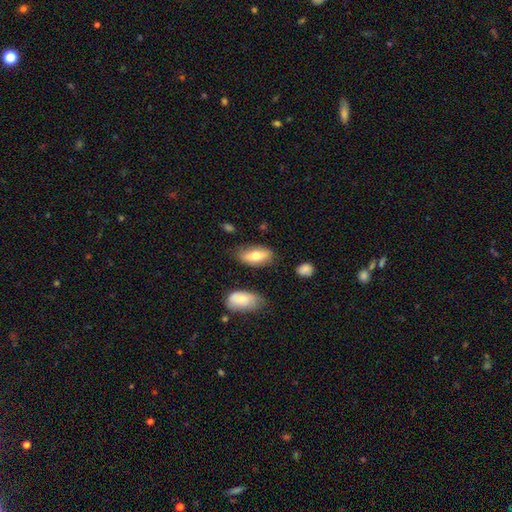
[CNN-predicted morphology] This appears to be a smooth galaxy with no disk features (68%) that is in between round and cigar-shaped (87%). Merging: none (74%).